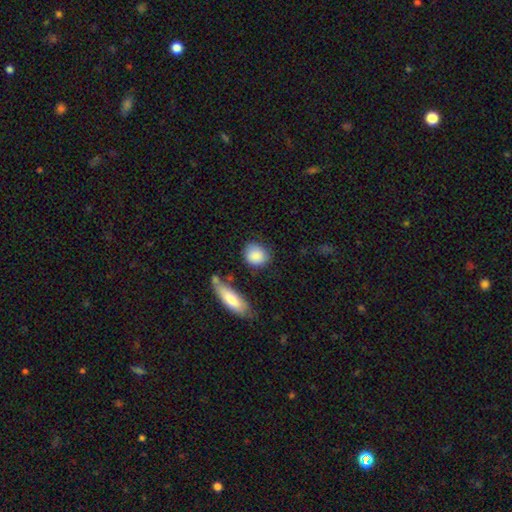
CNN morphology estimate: This is clearly a smooth galaxy (87%). How rounded: likely round (72%). Merging: likely none (73%).